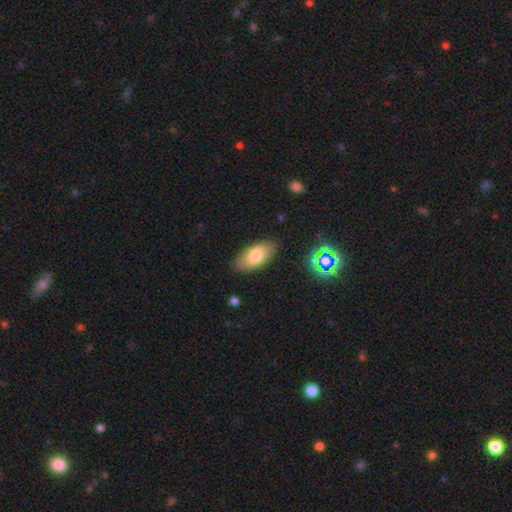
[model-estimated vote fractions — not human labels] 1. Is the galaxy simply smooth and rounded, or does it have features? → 76% smooth, 17% featured or disk, 8% star or artifact.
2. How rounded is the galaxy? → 91% in between, 6% cigar-shaped, 3% round.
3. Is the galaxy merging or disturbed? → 85% none, 11% minor disturbance, 2% major disturbance, 1% merger.